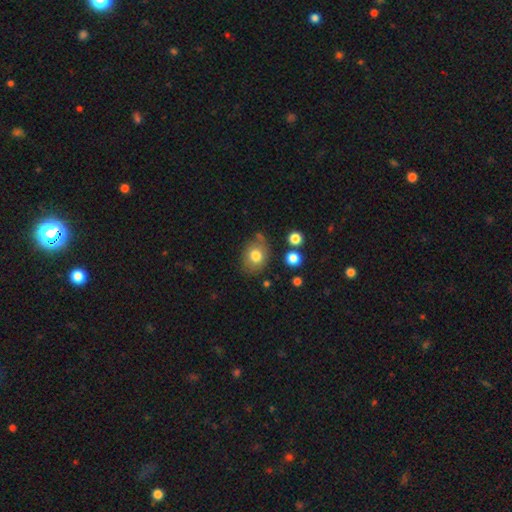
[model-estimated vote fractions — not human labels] A smooth galaxy with no disk features (78%) that is round (51%). Merging: none (71%).